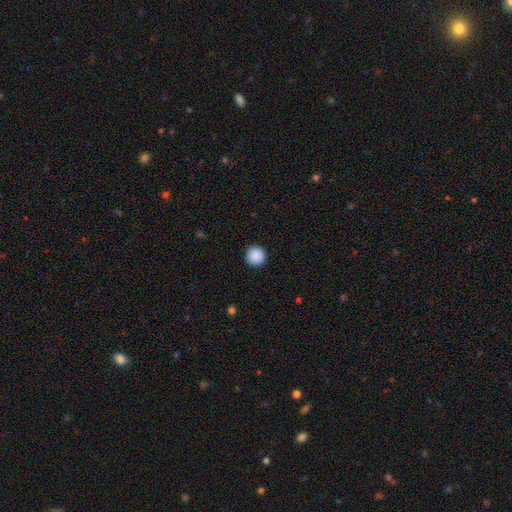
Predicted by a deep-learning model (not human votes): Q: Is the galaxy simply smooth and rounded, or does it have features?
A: smooth — 89%.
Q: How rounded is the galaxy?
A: round — 96%.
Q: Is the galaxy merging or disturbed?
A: none — 93%.